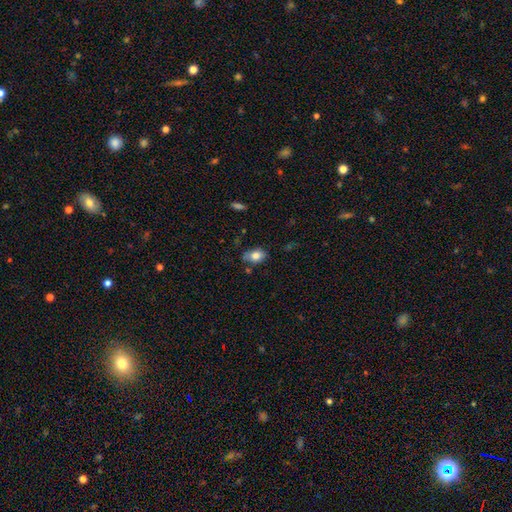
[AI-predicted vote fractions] Overall: smooth (79%). How rounded: in between (82%). Merging: none (66%).